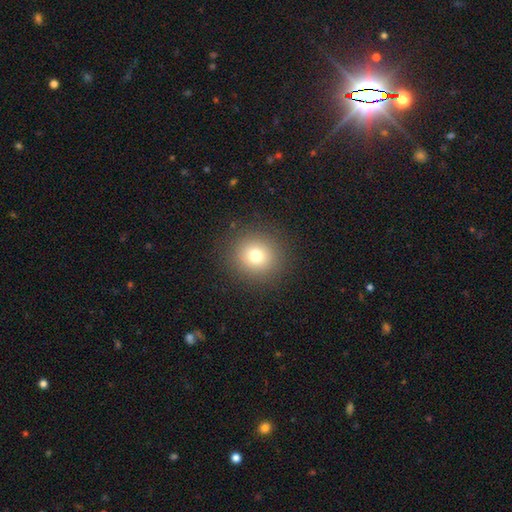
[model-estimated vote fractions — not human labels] Smooth or featured? Predicted: smooth (p=0.76). How rounded? Predicted: round (p=0.90). Merging? Predicted: none (p=0.89).